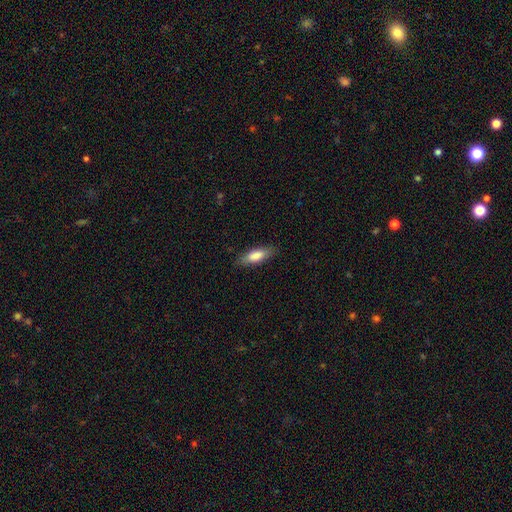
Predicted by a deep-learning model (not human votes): Morphology: type=smooth (79%); roundness=in between (57%); merging=none (83%).